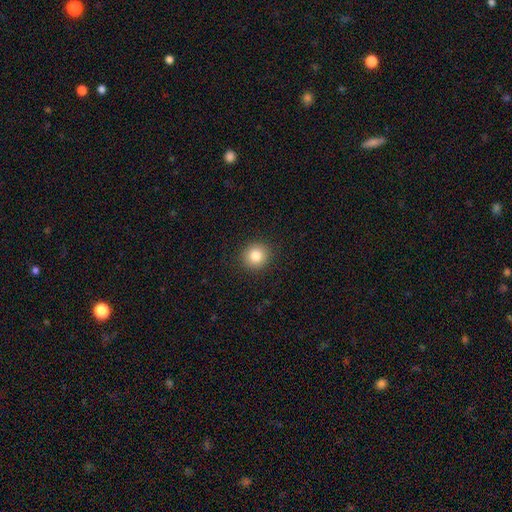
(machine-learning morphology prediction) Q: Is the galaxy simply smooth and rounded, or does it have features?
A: smooth — 83%.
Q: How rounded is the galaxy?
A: round — 90%.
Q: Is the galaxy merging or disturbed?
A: none — 91%.